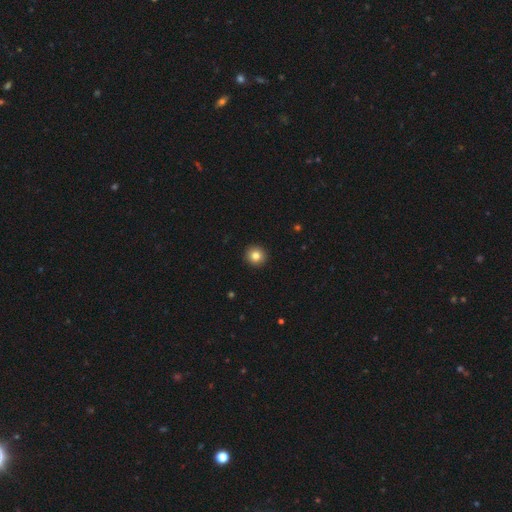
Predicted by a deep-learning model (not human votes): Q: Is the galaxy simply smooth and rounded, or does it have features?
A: smooth — 82%.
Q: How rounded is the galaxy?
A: round — 95%.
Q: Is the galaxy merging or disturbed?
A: none — 94%.